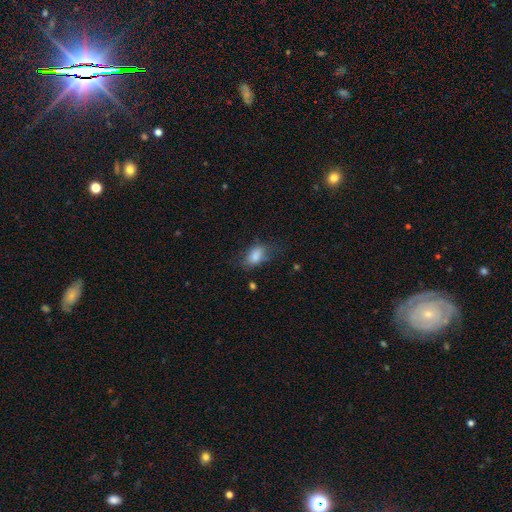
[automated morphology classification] Smooth or featured: smooth — 81% (featured or disk — 11%)
How rounded: in between — 86% (round — 12%)
Merging: none — 50% (minor disturbance — 30%)